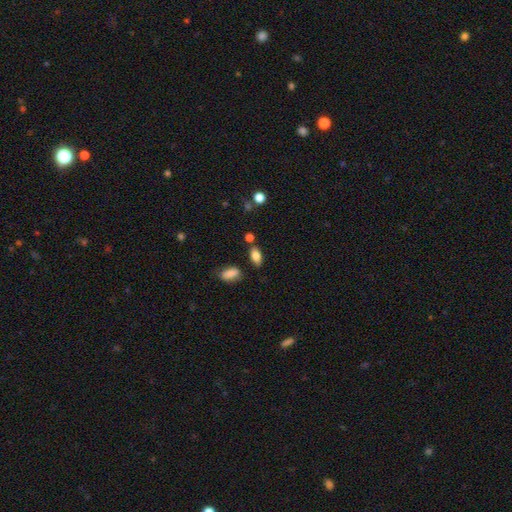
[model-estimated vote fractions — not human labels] Morphology: type=smooth (82%); roundness=in between (88%); merging=none (74%).